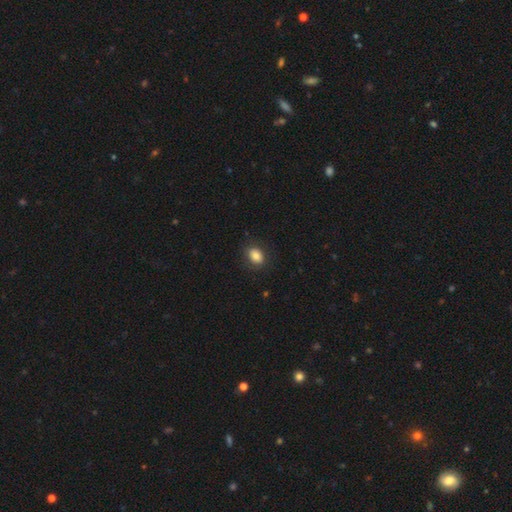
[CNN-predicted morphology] A smooth galaxy with no disk features (83%) that is in between round and cigar-shaped (66%). Merging: none (84%).